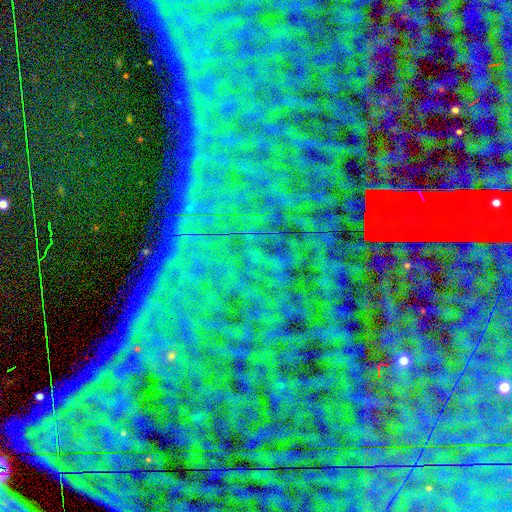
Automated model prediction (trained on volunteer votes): Smooth or featured: star or artifact — 87% (featured or disk — 7%)